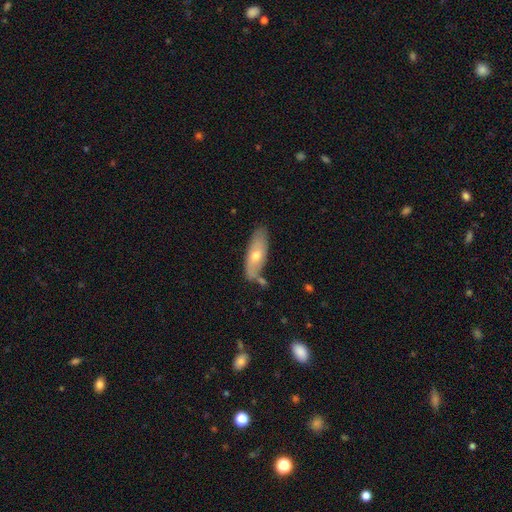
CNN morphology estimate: A smooth galaxy with no disk features (58%) that is in between round and cigar-shaped (66%). Merging: none (72%).